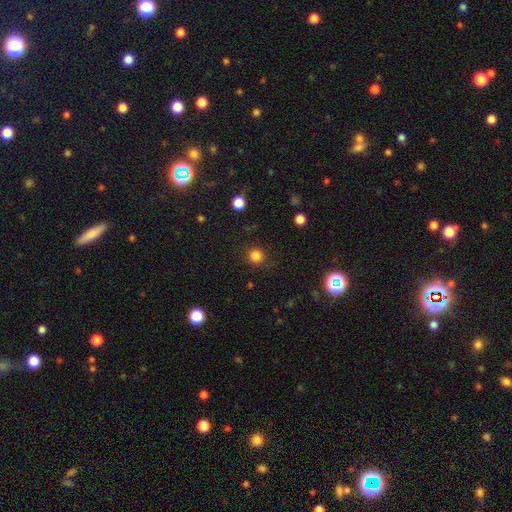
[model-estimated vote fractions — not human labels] Smooth or featured? Predicted: smooth (p=0.82). How rounded? Predicted: round (p=0.94). Merging? Predicted: none (p=0.86).